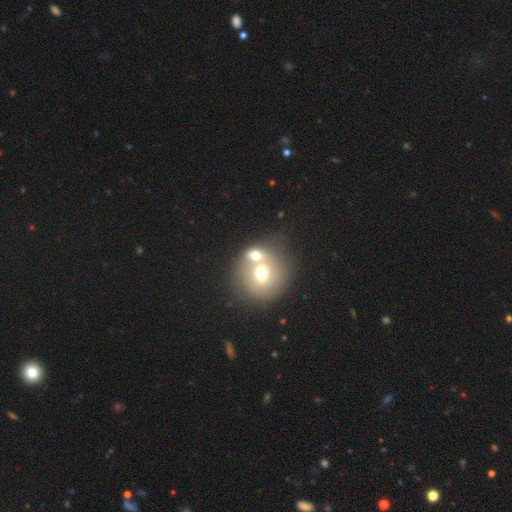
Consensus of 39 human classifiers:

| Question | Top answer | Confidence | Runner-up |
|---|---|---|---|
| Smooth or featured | smooth | 74% | featured or disk (15%) |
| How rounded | round | 79% | in between (21%) |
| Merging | merger | 77% | none (14%) |